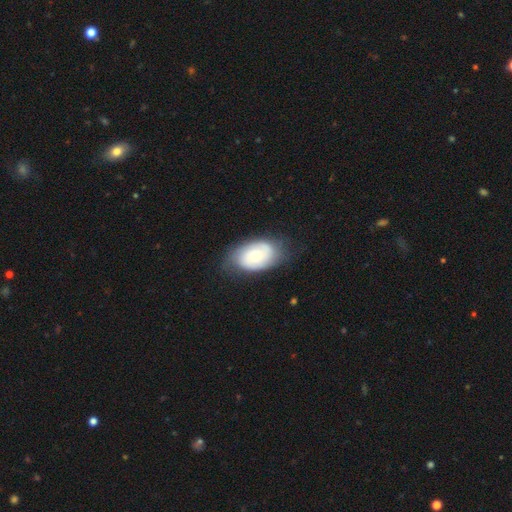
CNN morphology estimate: Smooth or featured? featured or disk (52%)
Edge-on disk? no (94%)
Merging? none (71%)